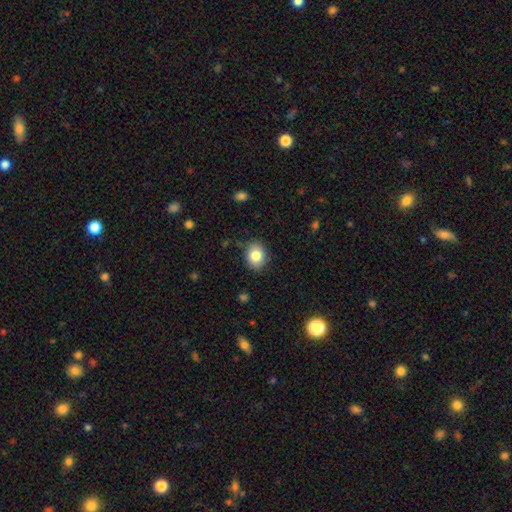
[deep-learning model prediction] Smooth or featured?
  - smooth: 82% *
  - star or artifact: 9%
  - featured or disk: 9%
How rounded?
  - round: 50% *
  - in between: 49%
  - cigar-shaped: 1%
Merging?
  - none: 82% *
  - minor disturbance: 14%
  - major disturbance: 3%
  - merger: 1%